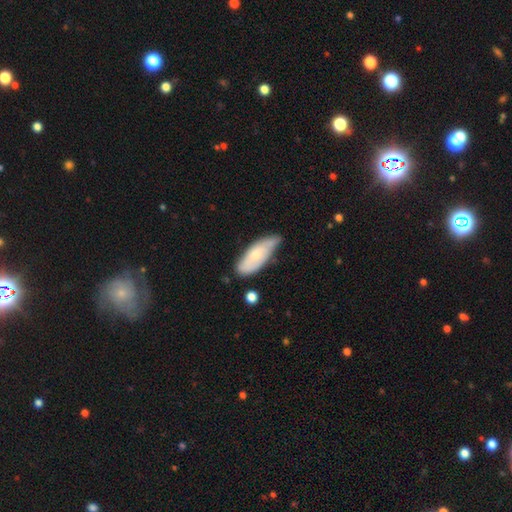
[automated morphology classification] type=smooth (57%); roundness=in between (73%); merging=none (54%).